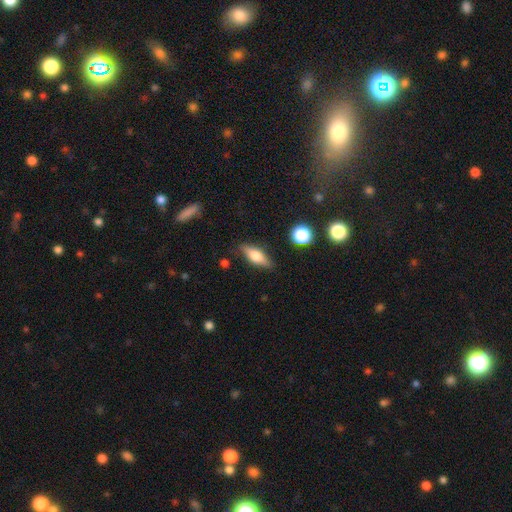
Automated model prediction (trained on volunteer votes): Smooth or featured? Predicted: smooth (p=0.54). How rounded? Predicted: in between (p=0.62). Merging? Predicted: none (p=0.82).